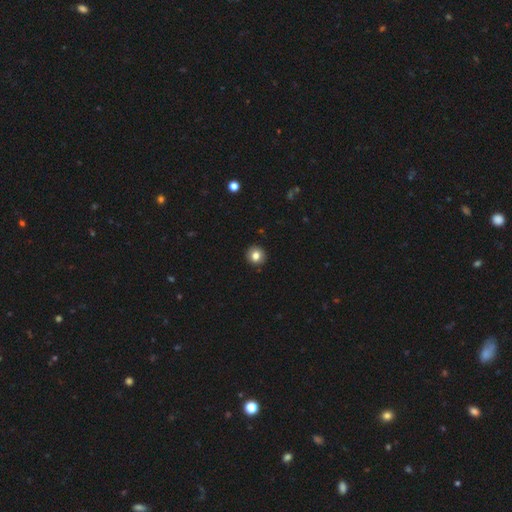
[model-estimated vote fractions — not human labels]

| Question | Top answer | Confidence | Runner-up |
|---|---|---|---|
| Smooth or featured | smooth | 81% | star or artifact (10%) |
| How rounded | round | 93% | in between (6%) |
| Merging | none | 92% | minor disturbance (5%) |